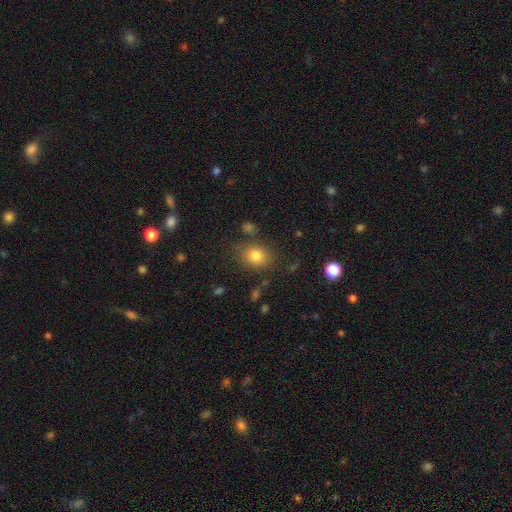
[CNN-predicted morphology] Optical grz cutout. It shows a smooth galaxy with no disk features (80%) that is round (53%). Merging: none (79%).